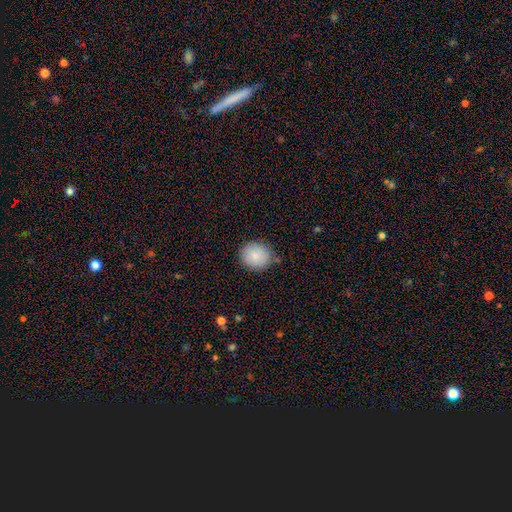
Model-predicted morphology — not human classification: Overall: smooth (86%). How rounded: round (78%). Merging: none (83%).